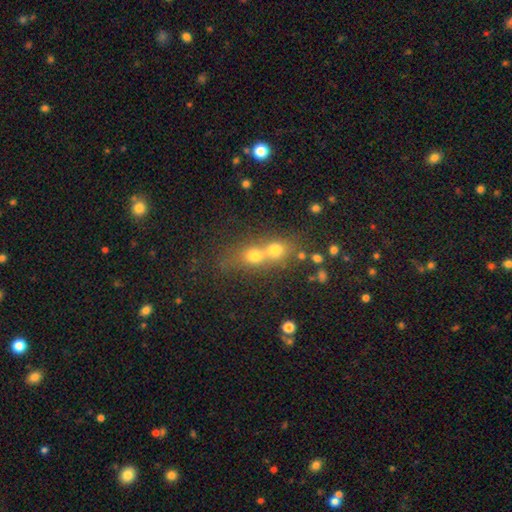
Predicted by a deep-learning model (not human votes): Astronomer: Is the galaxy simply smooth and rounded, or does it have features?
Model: smooth — 62%.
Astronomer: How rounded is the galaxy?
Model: round — 65%.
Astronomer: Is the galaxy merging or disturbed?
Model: merger — 66%.